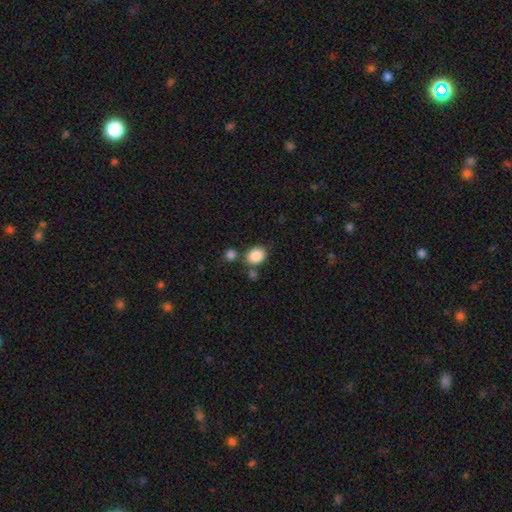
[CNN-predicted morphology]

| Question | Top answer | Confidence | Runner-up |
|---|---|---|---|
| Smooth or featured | smooth | 87% | star or artifact (9%) |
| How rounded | round | 51% | in between (48%) |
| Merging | none | 70% | merger (14%) |